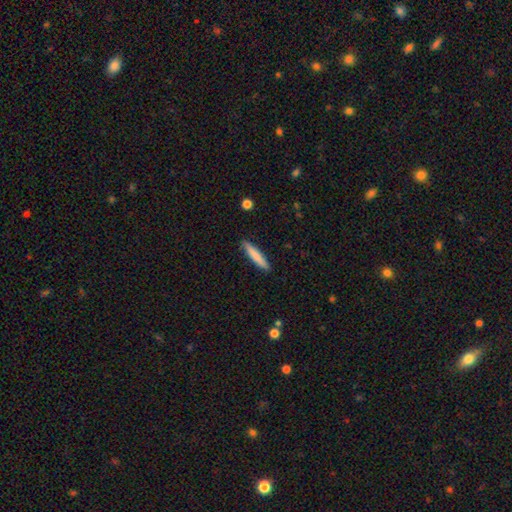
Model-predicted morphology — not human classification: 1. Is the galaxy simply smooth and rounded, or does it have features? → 77% smooth, 17% featured or disk, 6% star or artifact.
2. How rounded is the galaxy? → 91% cigar-shaped, 8% in between, 1% round.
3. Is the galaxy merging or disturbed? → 89% none, 8% minor disturbance, 2% major disturbance, 1% merger.